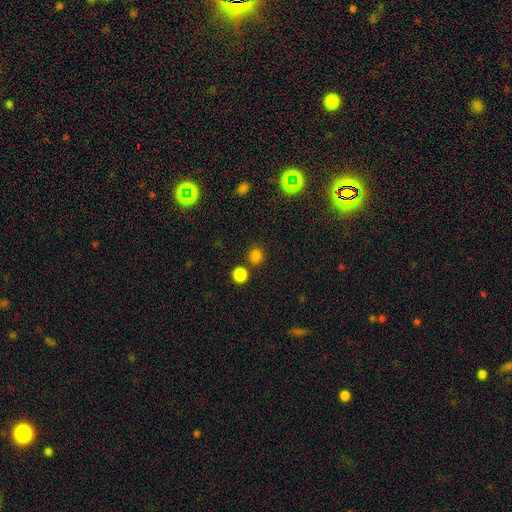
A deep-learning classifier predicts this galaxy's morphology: type=smooth (80%); roundness=round (85%); merging=none (78%).